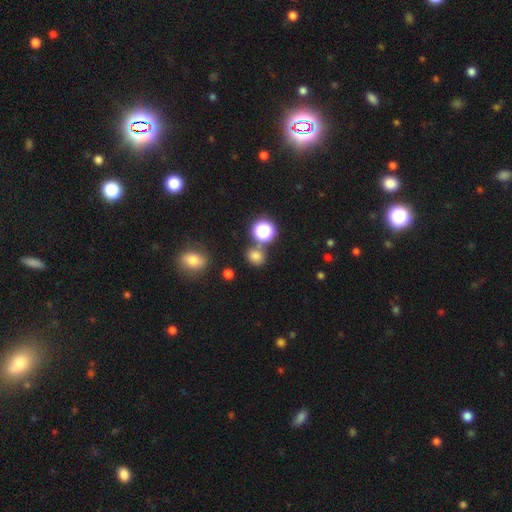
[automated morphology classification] Smooth or featured? Predicted: smooth (p=0.73). How rounded? Predicted: round (p=0.70). Merging? Predicted: none (p=0.70).